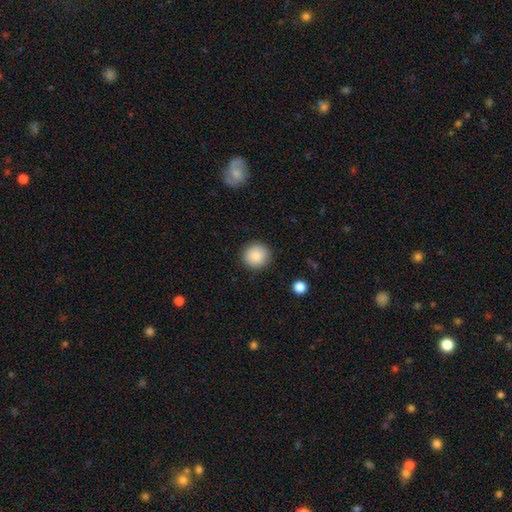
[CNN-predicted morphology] Smooth or featured? smooth (86%)
How rounded? round (94%)
Merging? none (91%)